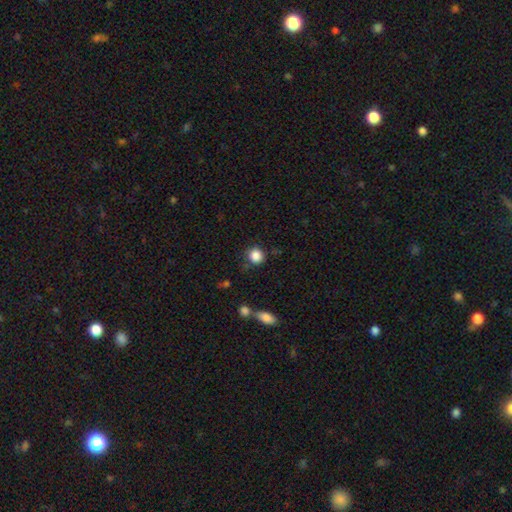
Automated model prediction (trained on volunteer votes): Smooth or featured? Predicted: smooth (p=0.86). How rounded? Predicted: round (p=0.87). Merging? Predicted: none (p=0.76).